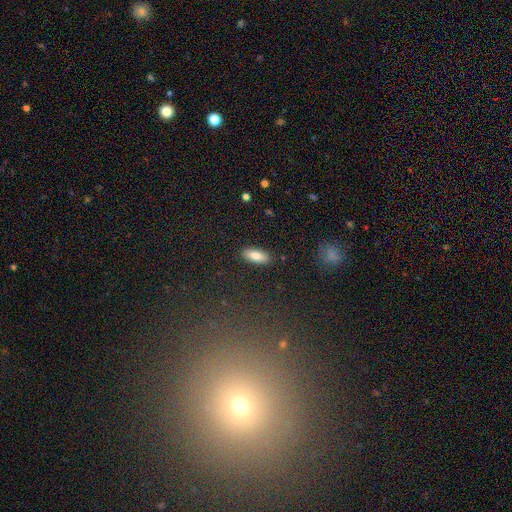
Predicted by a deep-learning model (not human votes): Morphology: type=smooth (82%); roundness=in between (81%); merging=none (89%).